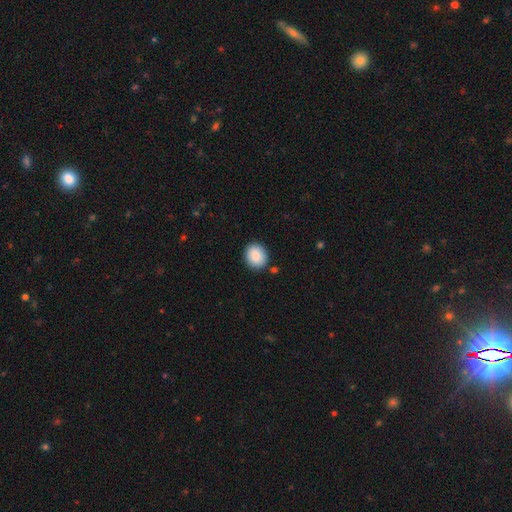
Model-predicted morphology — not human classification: Q: Smooth or featured?
A: smooth (89%); runner-up: star or artifact (7%)
Q: How rounded?
A: round (70%); runner-up: in between (30%)
Q: Merging?
A: none (87%); runner-up: minor disturbance (8%)